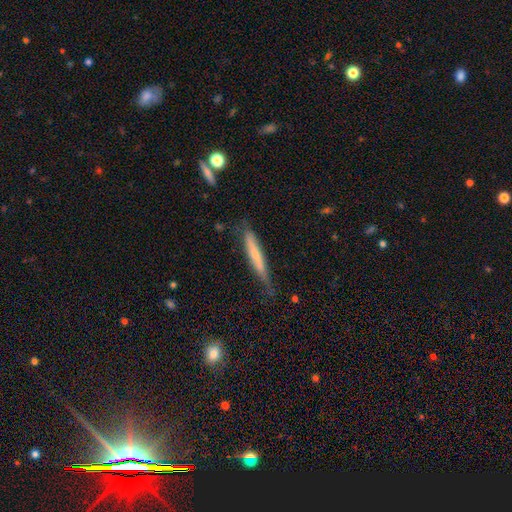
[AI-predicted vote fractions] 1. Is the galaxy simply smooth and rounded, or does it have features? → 54% smooth, 40% featured or disk, 6% star or artifact.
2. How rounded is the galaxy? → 92% cigar-shaped, 6% in between, 1% round.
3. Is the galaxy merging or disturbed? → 65% none, 27% minor disturbance, 6% major disturbance, 2% merger.